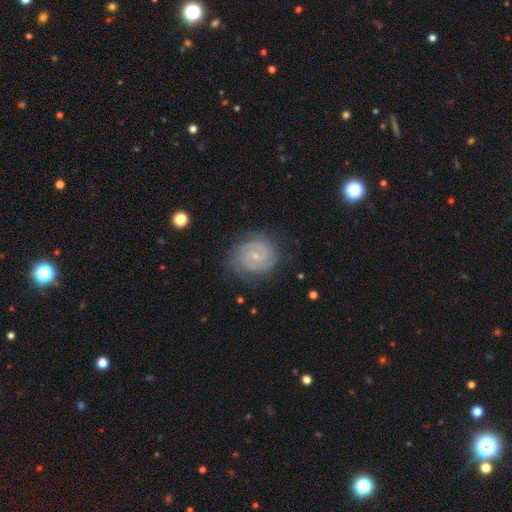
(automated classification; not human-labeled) Q: Smooth or featured?
A: featured or disk (84%); runner-up: smooth (10%)
Q: Edge-on disk?
A: no (98%); runner-up: yes (2%)
Q: Bar?
A: no (62%); runner-up: weak (32%)
Q: Spiral arms?
A: yes (97%); runner-up: no (3%)
Q: Spiral winding?
A: tight (71%); runner-up: medium (24%)
Q: Spiral arm count?
A: 2 (64%); runner-up: can't tell (14%)
Q: Bulge size?
A: small (80%); runner-up: moderate (14%)
Q: Merging?
A: none (79%); runner-up: minor disturbance (15%)